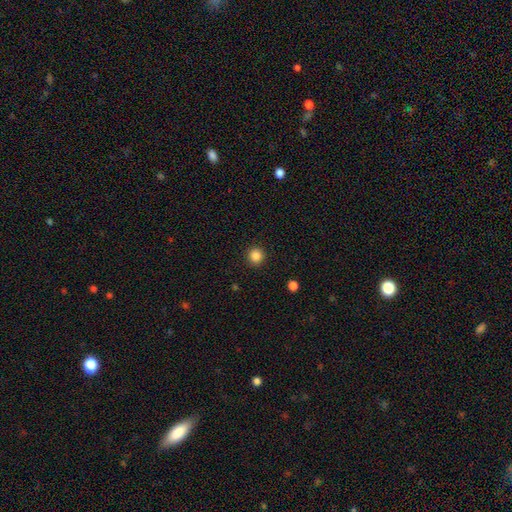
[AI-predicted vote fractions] smooth-or-featured: smooth: 85% | star or artifact: 11% | featured or disk: 3%
  how-rounded: round: 93% | in between: 6% | cigar-shaped: 1%
  merging: none: 92% | minor disturbance: 5% | major disturbance: 2% | merger: 1%